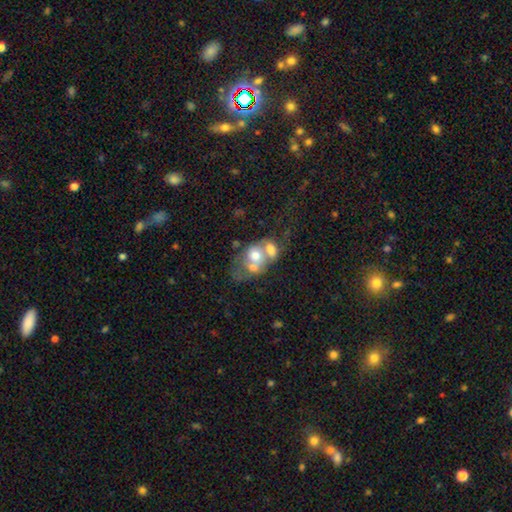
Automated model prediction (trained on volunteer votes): The model was most divided on "smooth or featured": smooth: 51%, featured or disk: 39%, star or artifact: 10%. More confident: merging — merger (71%); how rounded — in between (61%).